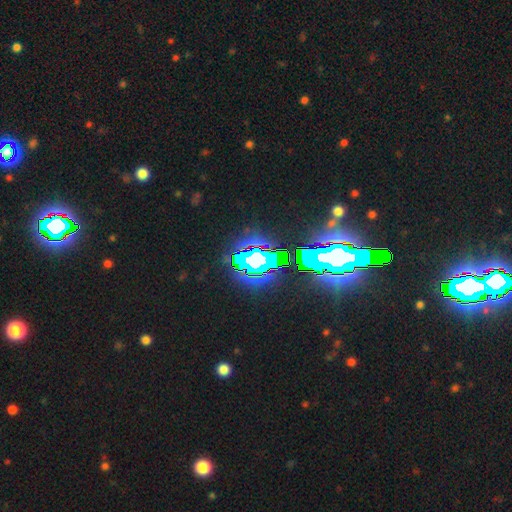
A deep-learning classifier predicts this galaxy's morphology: smooth_or_featured: star or artifact (p=0.82) [alt: featured or disk p=0.10]